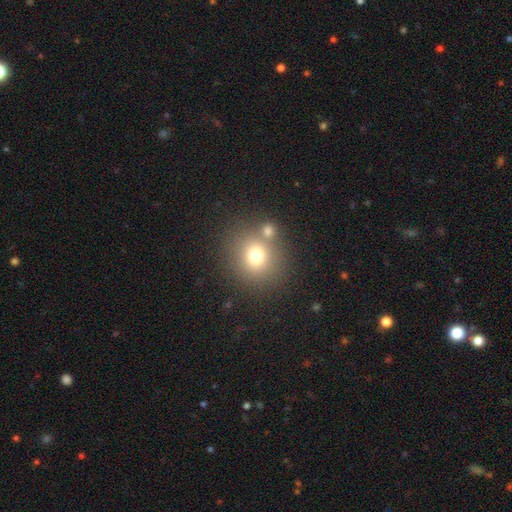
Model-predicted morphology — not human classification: A smooth galaxy with no disk features (73%) that is round (83%). Merging: none (65%).